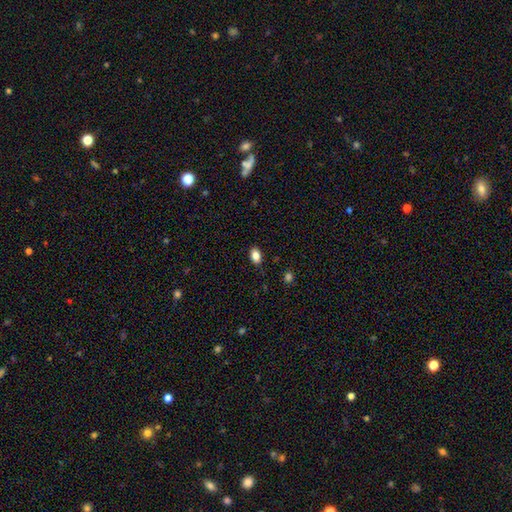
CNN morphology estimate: type=smooth (85%); roundness=in between (87%); merging=none (86%).